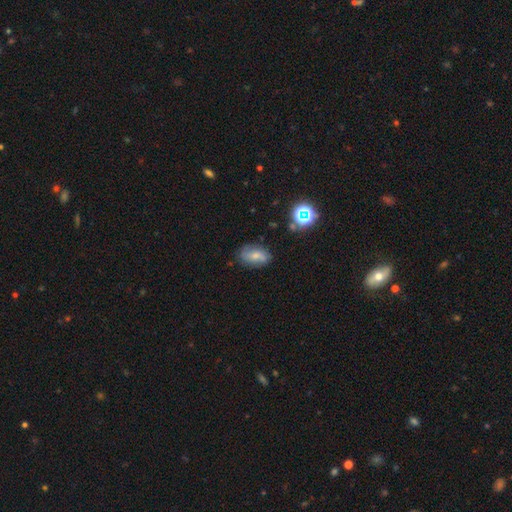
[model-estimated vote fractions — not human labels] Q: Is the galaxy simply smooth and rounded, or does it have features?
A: smooth — 49%.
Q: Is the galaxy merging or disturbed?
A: none — 74%.